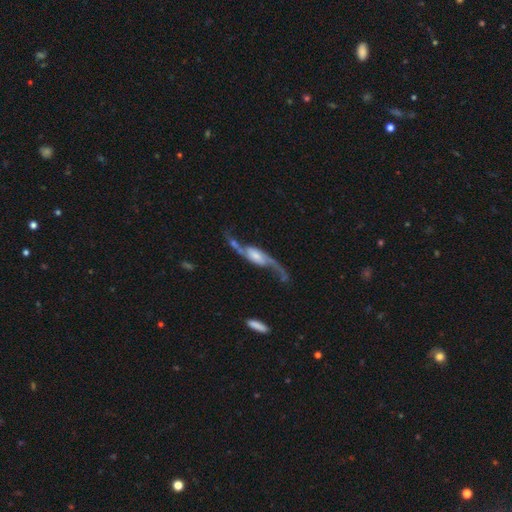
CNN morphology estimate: smooth-or-featured: featured or disk: 86% | smooth: 9% | star or artifact: 5%
  disk-edge-on: no: 88% | yes: 12%
    bar: no: 40% | weak: 38% | strong: 22%
    has-spiral-arms: yes: 95% | no: 5%
      spiral-winding: loose: 83% | medium: 13% | tight: 4%
      spiral-arm-count: 2: 92% | 1: 3% | can't tell: 2% | 3: 1% | 4: 1% | more than 4: 1%
    bulge-size: small: 36% | moderate: 30% | large: 16% | none: 14% | dominant: 4%
  merging: none: 54% | major disturbance: 18% | minor disturbance: 17% | merger: 11%